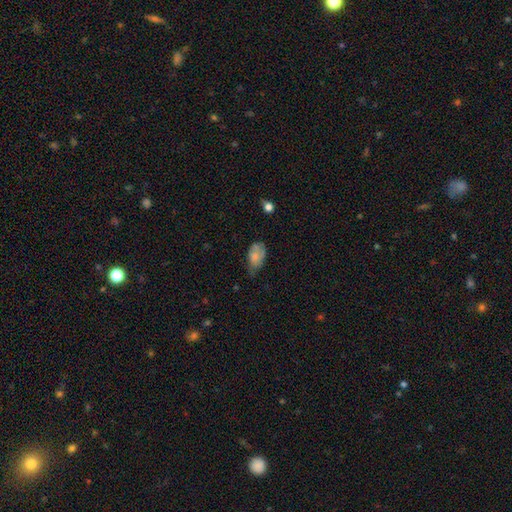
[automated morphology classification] Smooth or featured: smooth — 69% (featured or disk — 23%)
How rounded: in between — 89% (round — 9%)
Merging: minor disturbance — 41% (none — 38%)